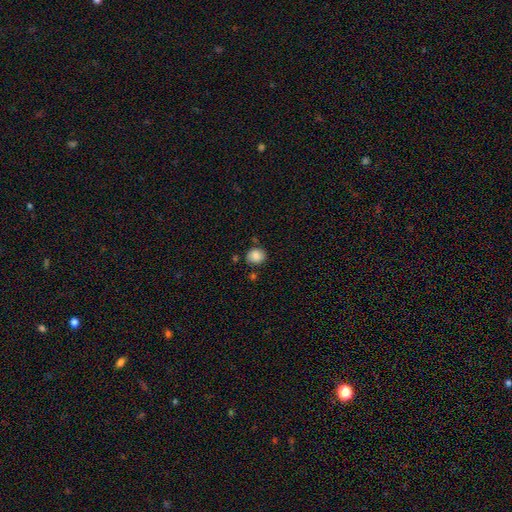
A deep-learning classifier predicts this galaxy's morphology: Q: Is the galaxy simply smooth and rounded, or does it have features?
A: smooth — 86%.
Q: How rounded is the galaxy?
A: round — 76%.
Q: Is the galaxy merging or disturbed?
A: none — 78%.